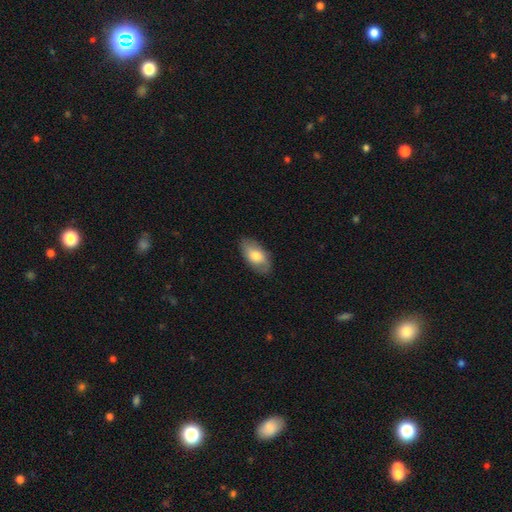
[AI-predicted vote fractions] Overall: smooth (73%). How rounded: in between (93%). Merging: none (82%).